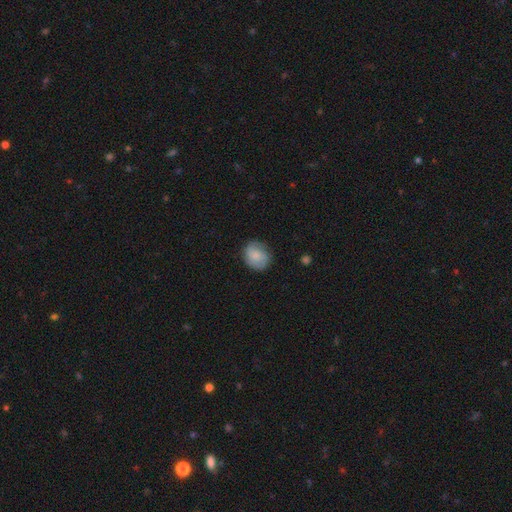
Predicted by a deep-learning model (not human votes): Q: Smooth or featured?
A: smooth (71%); runner-up: featured or disk (22%)
Q: How rounded?
A: round (67%); runner-up: in between (32%)
Q: Merging?
A: none (76%); runner-up: minor disturbance (18%)